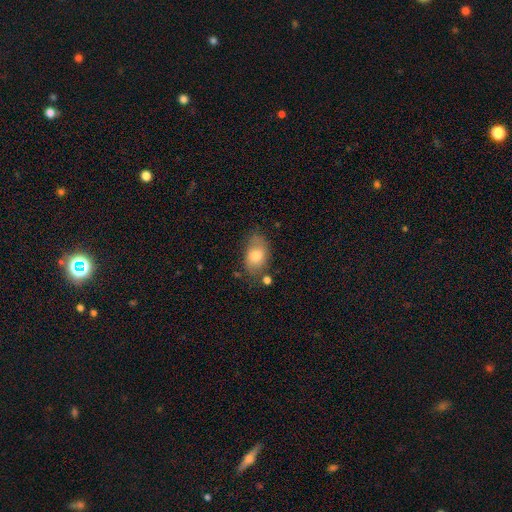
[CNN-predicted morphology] This is likely a smooth galaxy (74%). How rounded: clearly in between (87%). Merging: likely none (65%).